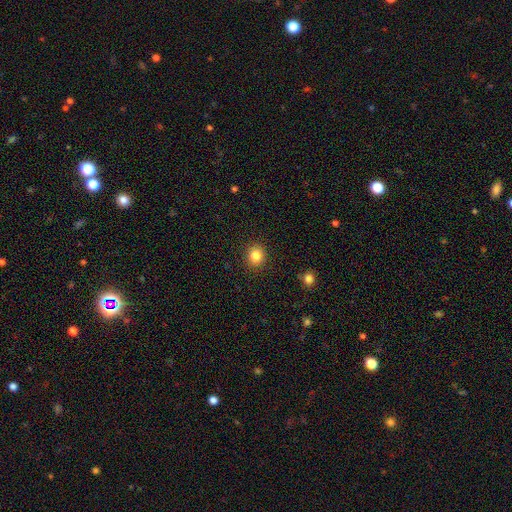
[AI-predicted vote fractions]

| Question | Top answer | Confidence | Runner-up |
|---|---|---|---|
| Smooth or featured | smooth | 84% | star or artifact (11%) |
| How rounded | round | 79% | in between (20%) |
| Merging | none | 91% | minor disturbance (6%) |